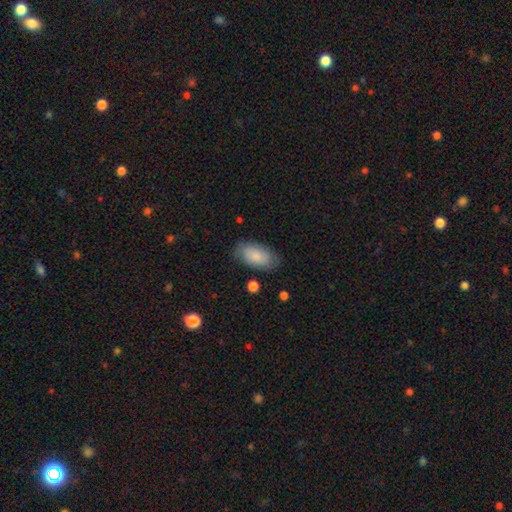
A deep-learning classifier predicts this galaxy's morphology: Smooth or featured: smooth — 81% (featured or disk — 12%)
How rounded: in between — 94% (round — 4%)
Merging: none — 76% (minor disturbance — 18%)